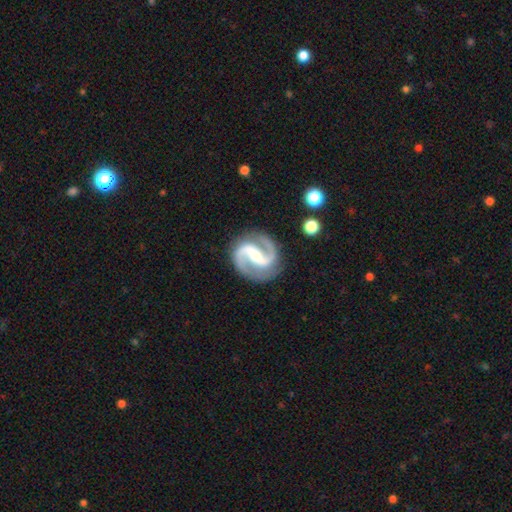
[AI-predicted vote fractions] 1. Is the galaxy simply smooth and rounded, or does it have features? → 93% featured or disk, 4% star or artifact, 3% smooth.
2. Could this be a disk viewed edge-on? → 98% no, 2% yes.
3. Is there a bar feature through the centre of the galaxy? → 51% strong, 33% weak, 16% no.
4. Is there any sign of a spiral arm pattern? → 98% yes, 2% no.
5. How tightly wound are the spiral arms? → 61% medium, 20% tight, 19% loose.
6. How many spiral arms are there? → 94% 2, 1% 3, 1% can't tell, 1% 1, 1% 4, 1% more than 4.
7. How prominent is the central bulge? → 48% small, 42% moderate, 5% none, 4% large, 1% dominant.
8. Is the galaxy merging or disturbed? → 85% none, 10% minor disturbance, 4% major disturbance, 1% merger.